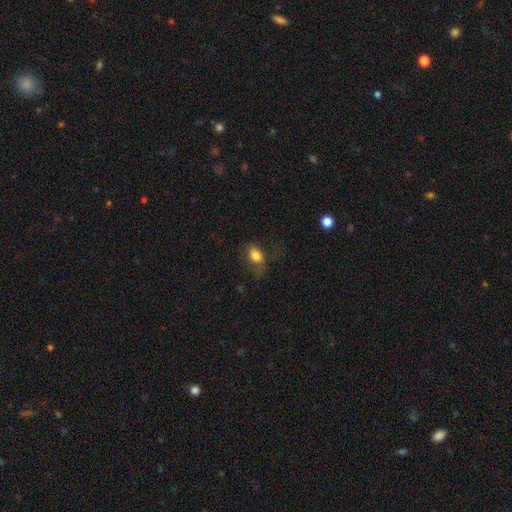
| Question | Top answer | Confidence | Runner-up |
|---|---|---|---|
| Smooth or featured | smooth | 85% | featured or disk (10%) |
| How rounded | in between | 70% | round (30%) |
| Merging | none | 57% | major disturbance (22%) |